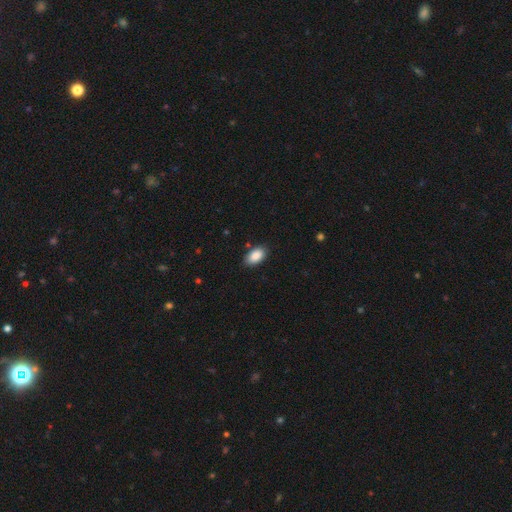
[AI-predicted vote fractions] Smooth or featured?
  - smooth: 89% *
  - star or artifact: 7%
  - featured or disk: 4%
How rounded?
  - in between: 94% *
  - round: 4%
  - cigar-shaped: 2%
Merging?
  - none: 85% *
  - minor disturbance: 11%
  - major disturbance: 2%
  - merger: 1%